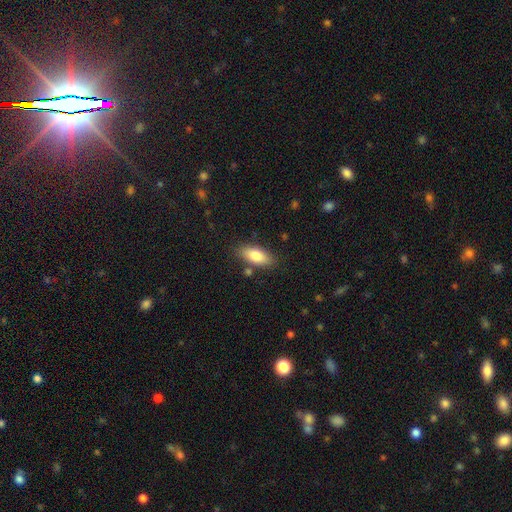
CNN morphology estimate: Q: Smooth or featured?
A: smooth (81%); runner-up: featured or disk (13%)
Q: How rounded?
A: in between (84%); runner-up: cigar-shaped (13%)
Q: Merging?
A: none (81%); runner-up: minor disturbance (12%)